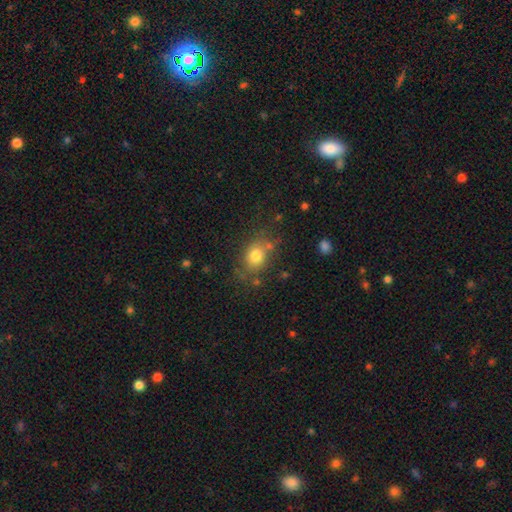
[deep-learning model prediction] This appears to be a smooth galaxy with no disk features (78%) that is in between round and cigar-shaped (49%, tied with round). Merging: none (71%).